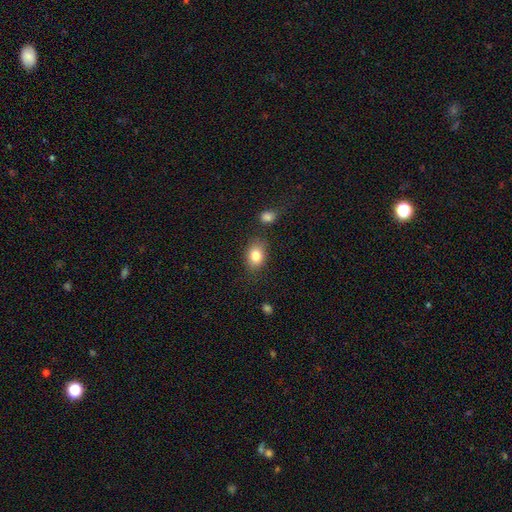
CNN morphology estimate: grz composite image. It shows a smooth galaxy with no disk features (82%) that is in between round and cigar-shaped (65%). Merging: none (77%).